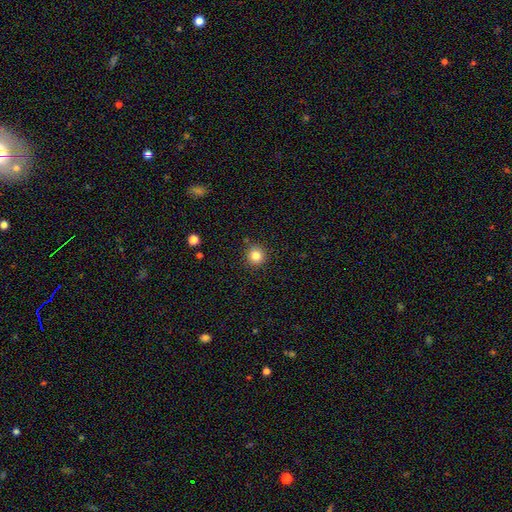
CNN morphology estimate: Overall: smooth (83%). How rounded: round (94%). Merging: none (90%).